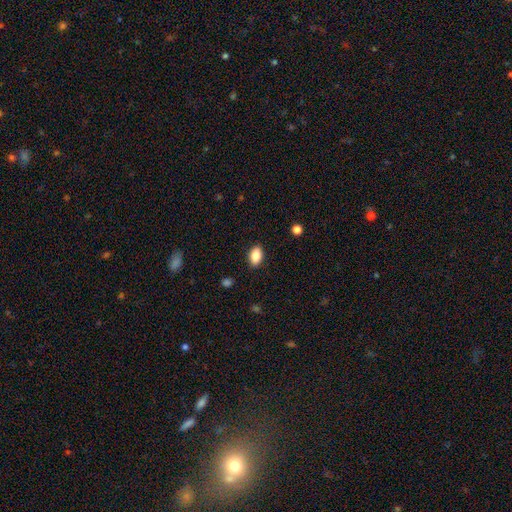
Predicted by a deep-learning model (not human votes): smooth_or_featured: smooth (p=0.85) [alt: star or artifact p=0.08]
how_rounded: in between (p=0.90) [alt: round p=0.08]
merging: none (p=0.88) [alt: minor disturbance p=0.09]